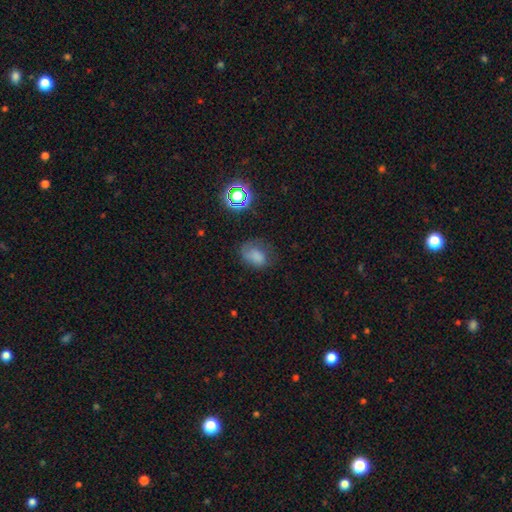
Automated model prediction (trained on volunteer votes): smooth-or-featured: smooth: 71% | star or artifact: 15% | featured or disk: 13%
  how-rounded: in between: 71% | round: 27% | cigar-shaped: 1%
  merging: none: 50% | minor disturbance: 29% | major disturbance: 19% | merger: 2%